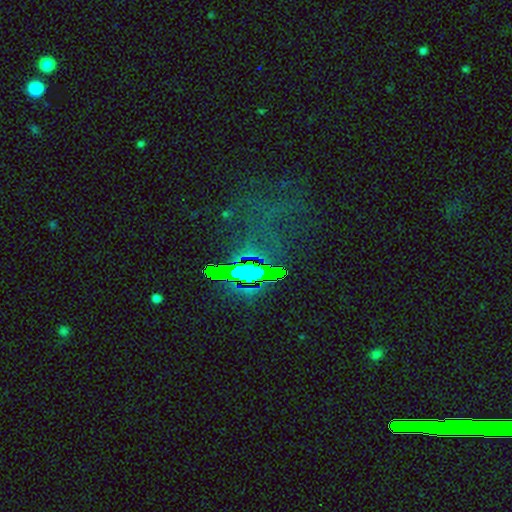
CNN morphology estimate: A star or artifact, not a galaxy (70%).

Vote fractions:
- Smooth or featured? star or artifact: 70% / smooth: 15% / featured or disk: 15%